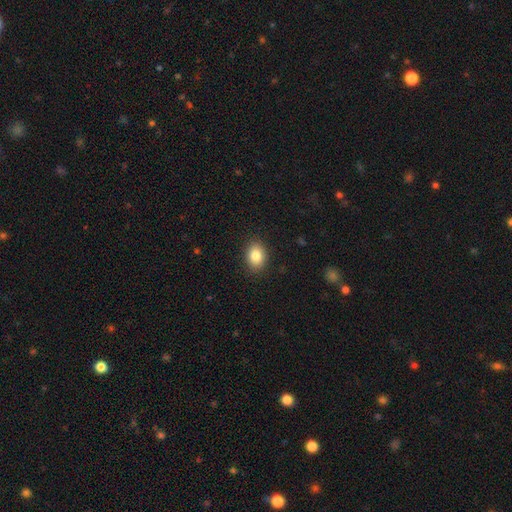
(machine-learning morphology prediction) Overall: smooth (84%). How rounded: in between (68%; round 31%). Merging: none (89%).